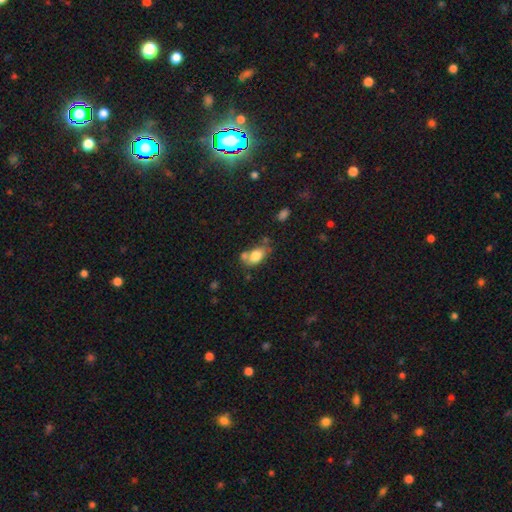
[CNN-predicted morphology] This is likely a smooth galaxy (77%). How rounded: clearly in between (85%). Merging: possibly none (48%).